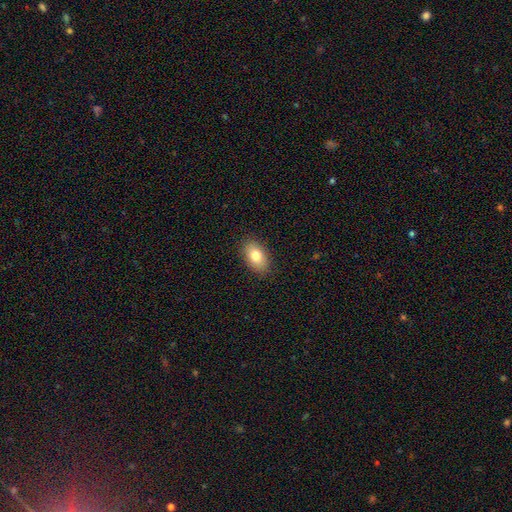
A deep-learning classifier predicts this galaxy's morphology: smooth_or_featured: smooth (p=0.80) [alt: featured or disk p=0.12]
how_rounded: in between (p=0.90) [alt: round p=0.08]
merging: none (p=0.88) [alt: minor disturbance p=0.09]